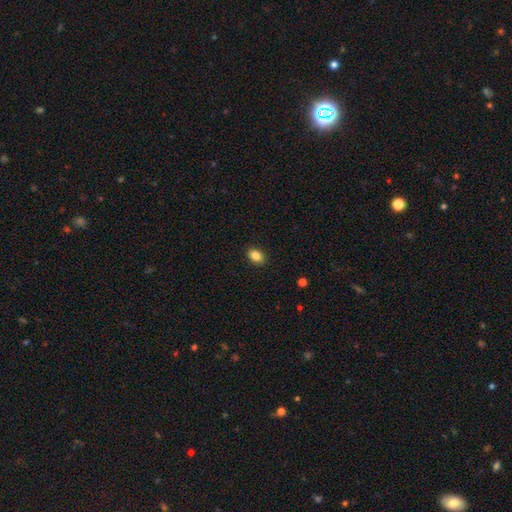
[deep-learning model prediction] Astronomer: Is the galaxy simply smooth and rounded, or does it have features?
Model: smooth — 86%.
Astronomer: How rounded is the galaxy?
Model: in between — 82%.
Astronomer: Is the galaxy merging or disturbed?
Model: none — 90%.